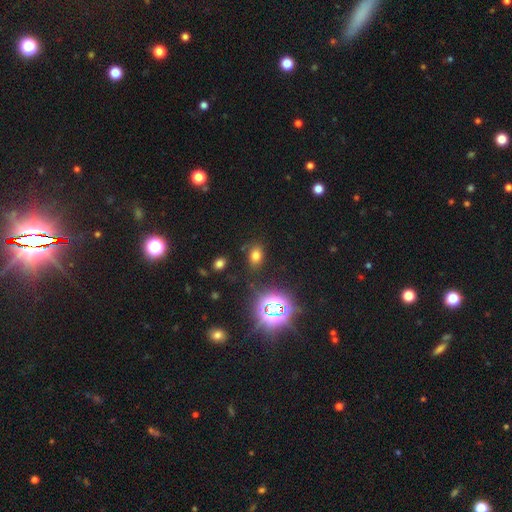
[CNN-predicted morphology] smooth_or_featured: smooth (p=0.66) [alt: star or artifact p=0.26]
how_rounded: in between (p=0.74) [alt: round p=0.25]
merging: none (p=0.80) [alt: minor disturbance p=0.12]